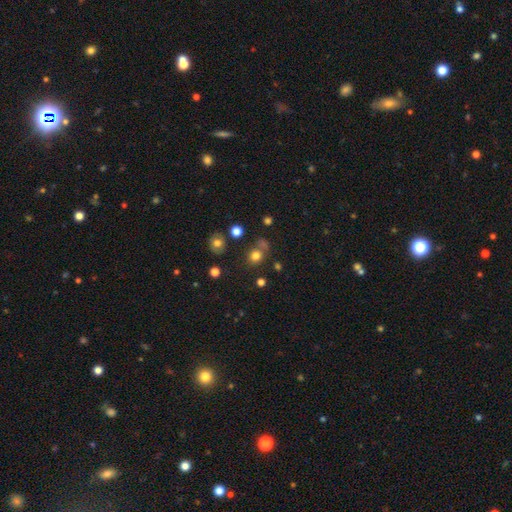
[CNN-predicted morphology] Smooth or featured? smooth (75%)
How rounded? round (81%)
Merging? none (65%)